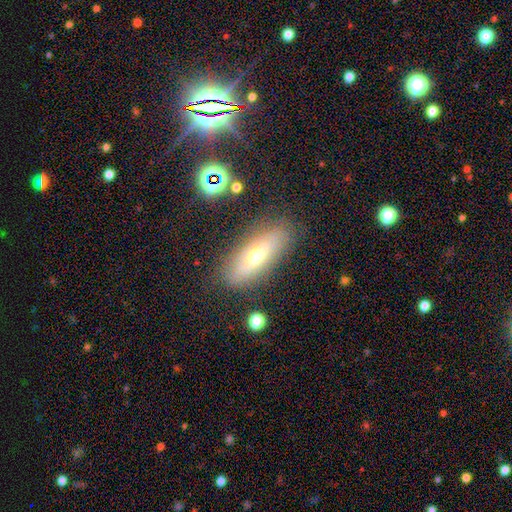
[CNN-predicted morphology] This appears to be a smooth galaxy with no disk features (44%). Merging: none (83%).